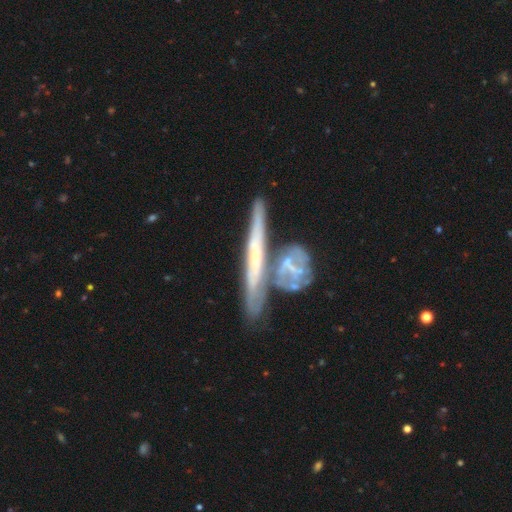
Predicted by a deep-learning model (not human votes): smooth_or_featured: featured or disk (p=0.73) [alt: smooth p=0.20]
disk_edge_on: yes (p=0.77) [alt: no p=0.23]
edge_on_bulge: none (p=0.49) [alt: rounded p=0.45]
merging: none (p=0.49) [alt: merger p=0.34]